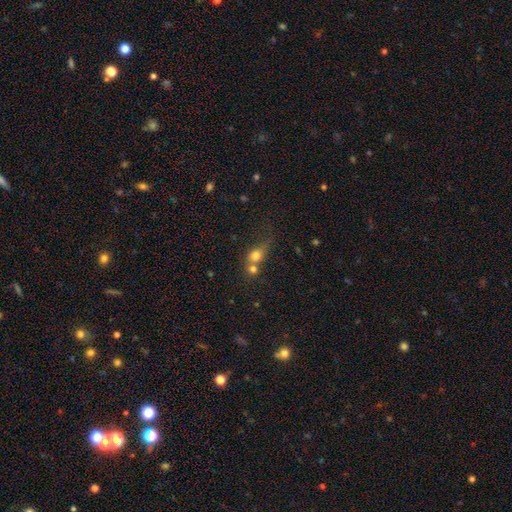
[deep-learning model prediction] This is likely a smooth galaxy (75%). How rounded: possibly round (59%). Merging: possibly merger (59%).